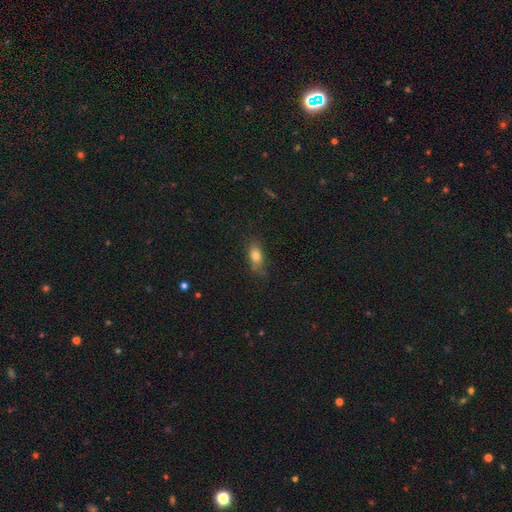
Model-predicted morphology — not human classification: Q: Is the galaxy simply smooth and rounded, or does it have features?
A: smooth — 77%.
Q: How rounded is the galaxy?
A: in between — 80%.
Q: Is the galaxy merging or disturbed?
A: none — 71%.